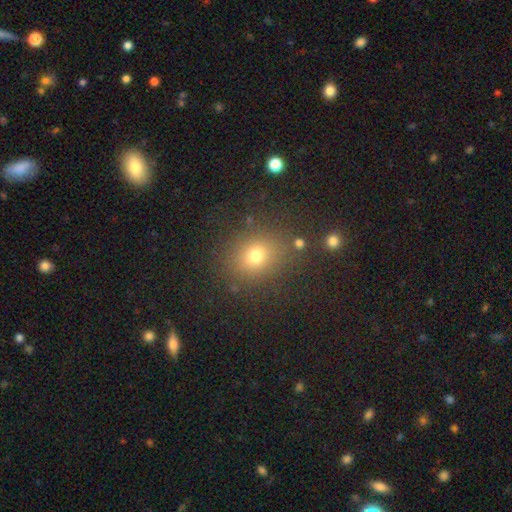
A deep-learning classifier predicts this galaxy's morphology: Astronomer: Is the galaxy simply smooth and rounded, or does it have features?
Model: smooth — 72%.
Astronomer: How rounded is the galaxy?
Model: round — 65%.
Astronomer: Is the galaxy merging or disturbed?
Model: none — 82%.